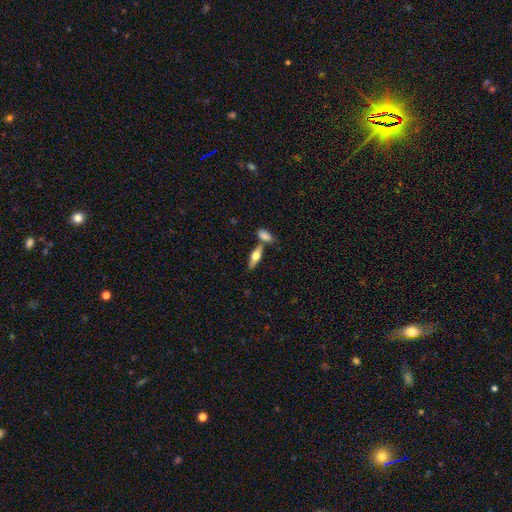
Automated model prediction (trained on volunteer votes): A smooth galaxy with no disk features (47%). Merging: none (64%).